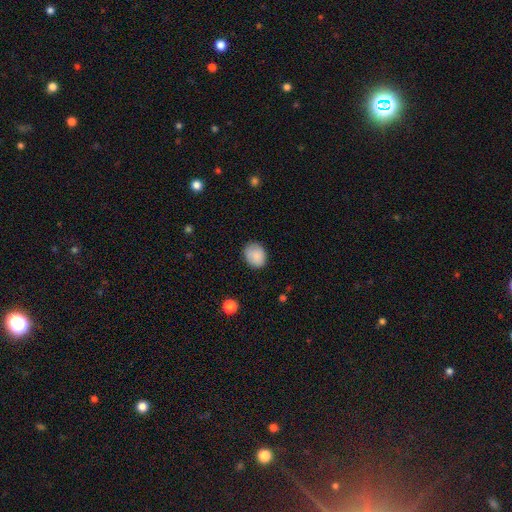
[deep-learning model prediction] Morphology: type=smooth (87%); roundness=round (50%); merging=none (81%).